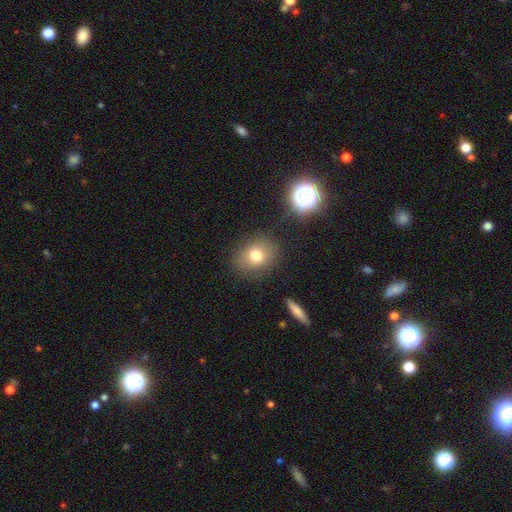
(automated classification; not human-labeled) Smooth or featured: smooth — 74% (star or artifact — 13%)
How rounded: round — 52% (in between — 47%)
Merging: none — 81% (minor disturbance — 12%)